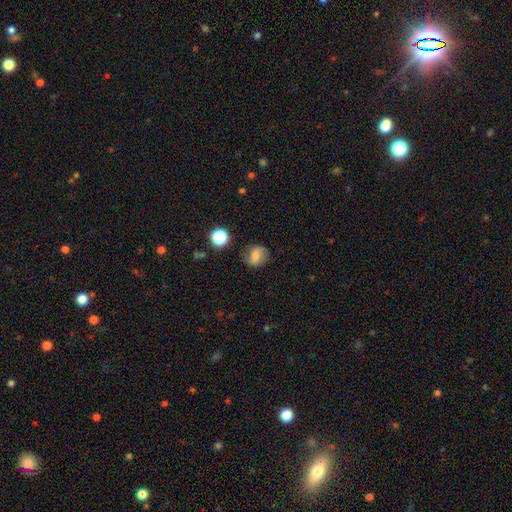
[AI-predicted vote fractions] Smooth or featured? Predicted: smooth (p=0.62). How rounded? Predicted: round (p=0.68). Merging? Predicted: none (p=0.76).